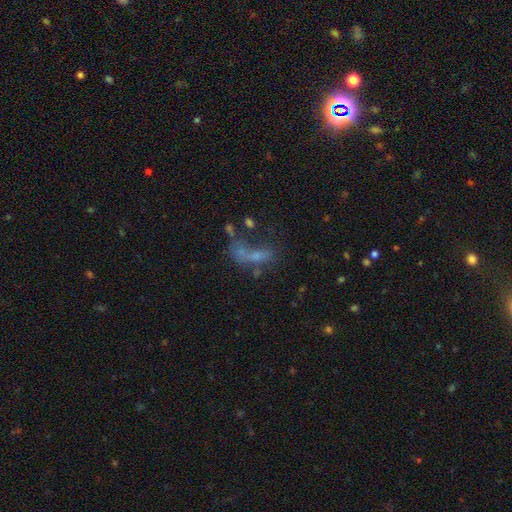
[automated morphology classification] Smooth or featured? Predicted: smooth (p=0.39). Merging? Predicted: none (p=0.30).